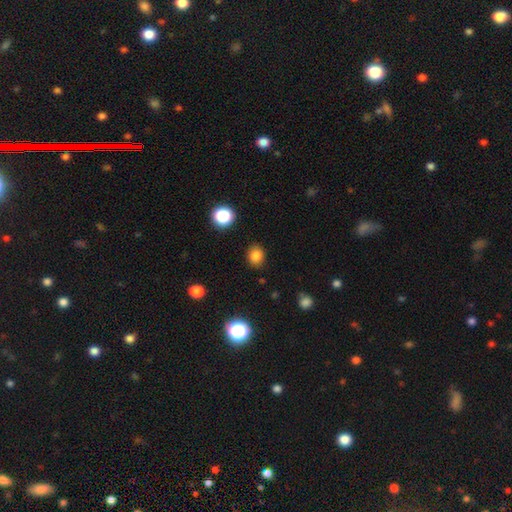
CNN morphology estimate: This appears to be a smooth galaxy with no disk features (82%) that is round (67%). Merging: none (86%).